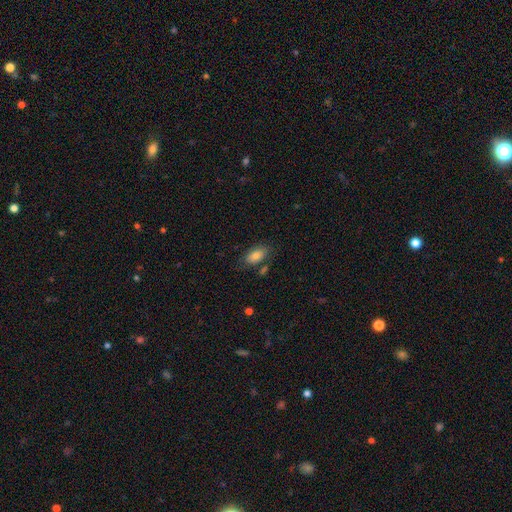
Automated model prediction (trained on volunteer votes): Smooth or featured?
  - smooth: 81% *
  - featured or disk: 11%
  - star or artifact: 8%
How rounded?
  - in between: 92% *
  - round: 4%
  - cigar-shaped: 4%
Merging?
  - none: 73% *
  - minor disturbance: 16%
  - merger: 7%
  - major disturbance: 5%